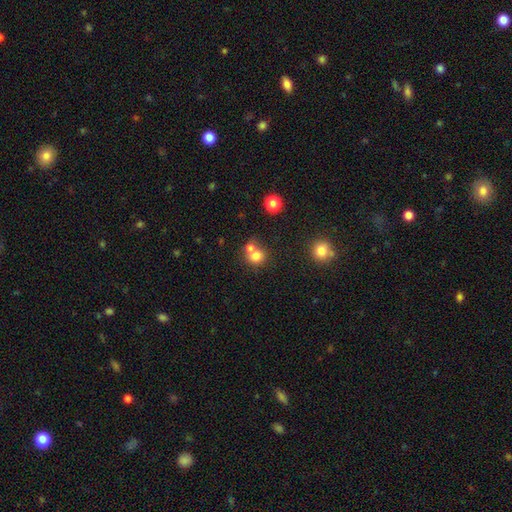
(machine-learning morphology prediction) Overall: smooth (75%). How rounded: round (78%). Merging: merger (49%; none 41%).